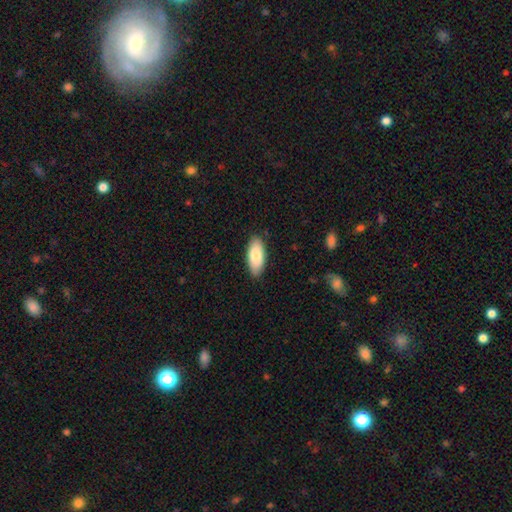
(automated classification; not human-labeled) Q: Smooth or featured?
A: smooth (85%); runner-up: featured or disk (10%)
Q: How rounded?
A: in between (86%); runner-up: cigar-shaped (12%)
Q: Merging?
A: none (87%); runner-up: minor disturbance (11%)